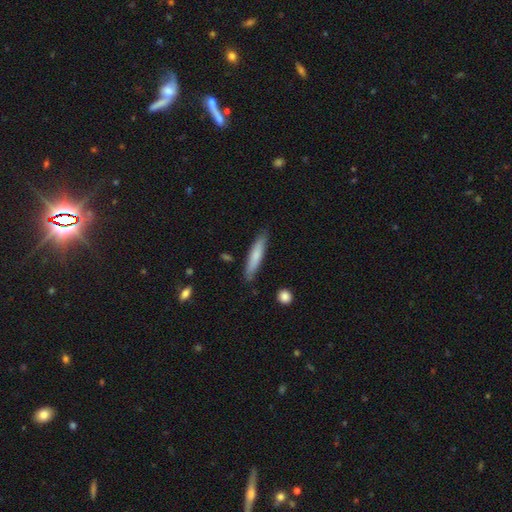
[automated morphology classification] smooth 75%, featured or disk 20%, star or artifact 6%. Down the decision tree: how rounded — cigar-shaped (88%); merging — none (84%).